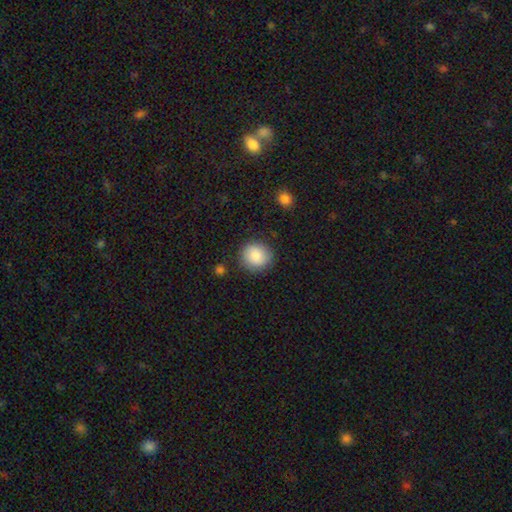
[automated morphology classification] Smooth or featured?
  - smooth: 86% *
  - star or artifact: 7%
  - featured or disk: 6%
How rounded?
  - round: 89% *
  - in between: 11%
  - cigar-shaped: 1%
Merging?
  - none: 86% *
  - minor disturbance: 9%
  - major disturbance: 3%
  - merger: 2%